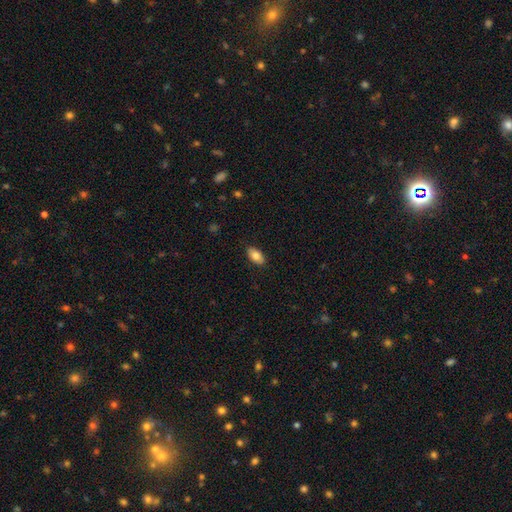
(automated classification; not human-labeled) Morphology: type=smooth (82%); roundness=in between (93%); merging=none (87%).